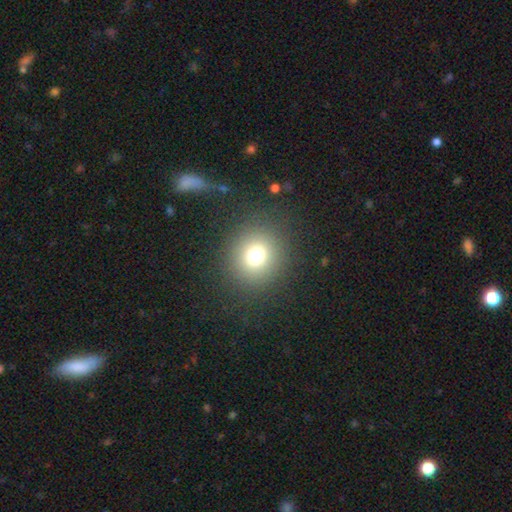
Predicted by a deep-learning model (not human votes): The model was most divided on "smooth or featured": smooth: 73%, star or artifact: 18%, featured or disk: 9%. More confident: merging — none (88%); how rounded — round (87%).